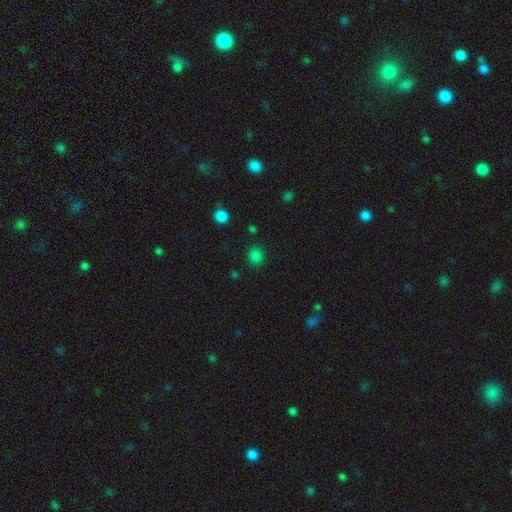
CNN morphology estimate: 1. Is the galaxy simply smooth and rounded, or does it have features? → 80% smooth, 16% star or artifact, 3% featured or disk.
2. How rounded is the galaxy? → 86% round, 14% in between, 1% cigar-shaped.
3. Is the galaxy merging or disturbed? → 86% none, 9% minor disturbance, 3% major disturbance, 2% merger.